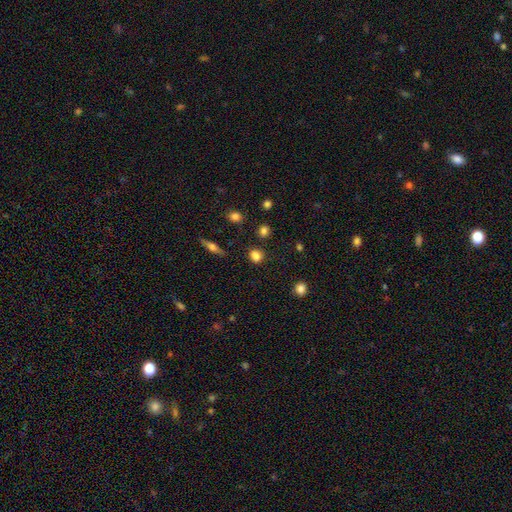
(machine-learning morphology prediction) Q: Smooth or featured?
A: smooth (81%); runner-up: star or artifact (13%)
Q: How rounded?
A: round (69%); runner-up: in between (29%)
Q: Merging?
A: none (80%); runner-up: minor disturbance (12%)